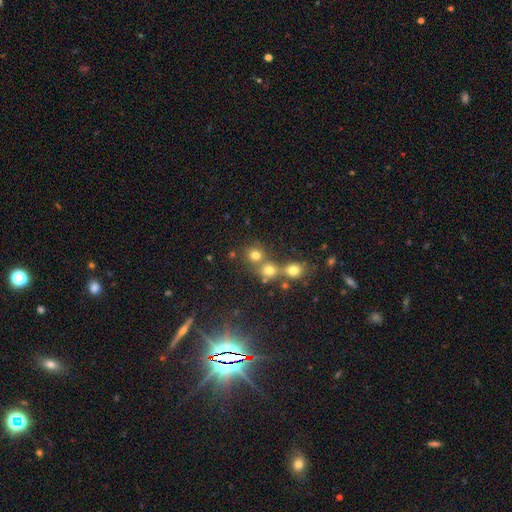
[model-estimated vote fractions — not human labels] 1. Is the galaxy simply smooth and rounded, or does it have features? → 65% smooth, 25% star or artifact, 10% featured or disk.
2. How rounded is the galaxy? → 87% round, 12% in between, 1% cigar-shaped.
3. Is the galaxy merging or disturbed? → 55% none, 35% merger, 7% minor disturbance, 3% major disturbance.